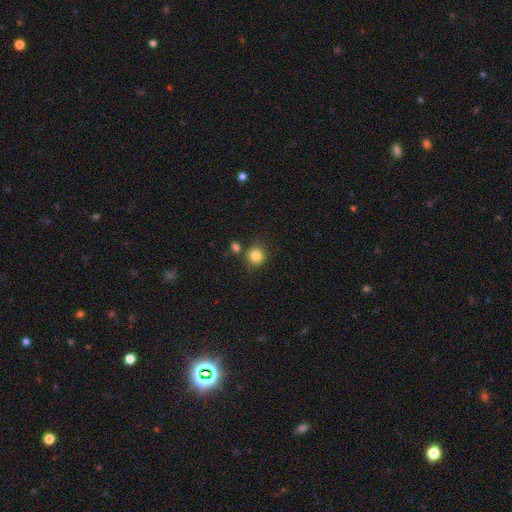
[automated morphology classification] This is clearly a smooth galaxy (84%). How rounded: clearly round (91%). Merging: likely none (76%).